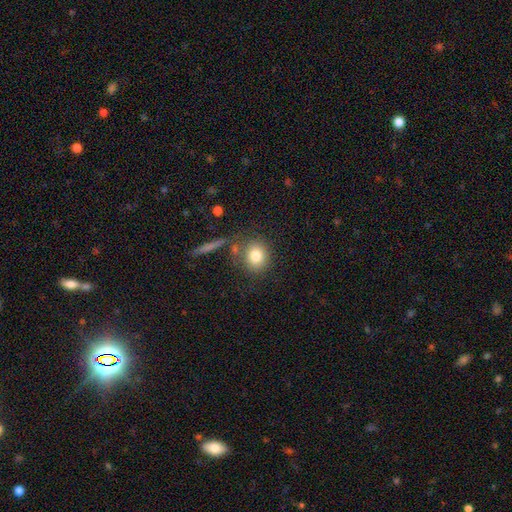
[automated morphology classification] Q: Smooth or featured?
A: smooth (80%); runner-up: featured or disk (10%)
Q: How rounded?
A: round (79%); runner-up: in between (20%)
Q: Merging?
A: none (72%); runner-up: minor disturbance (12%)